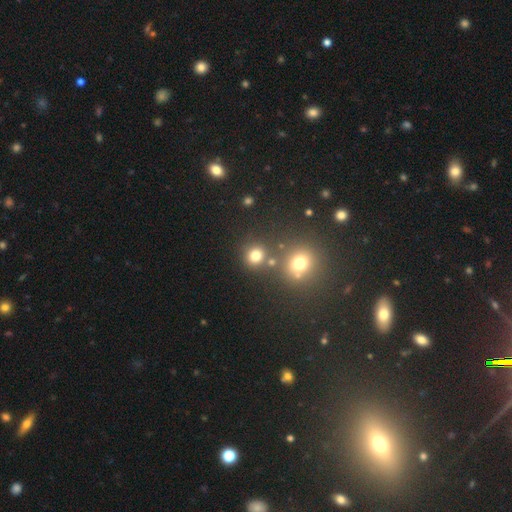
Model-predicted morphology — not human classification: type=smooth (75%); roundness=round (86%); merging=none (73%).